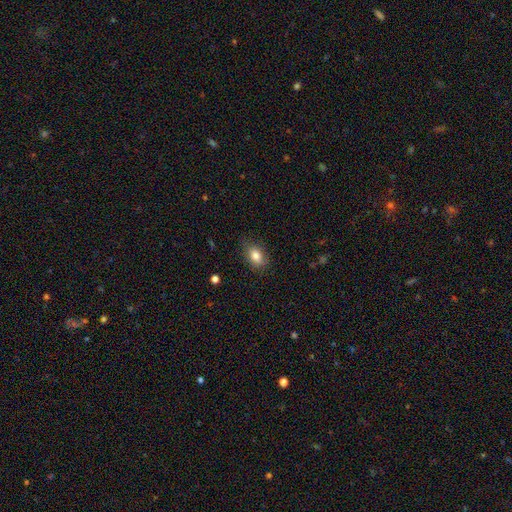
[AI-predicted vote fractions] Overall: smooth (83%). How rounded: in between (82%). Merging: none (81%).